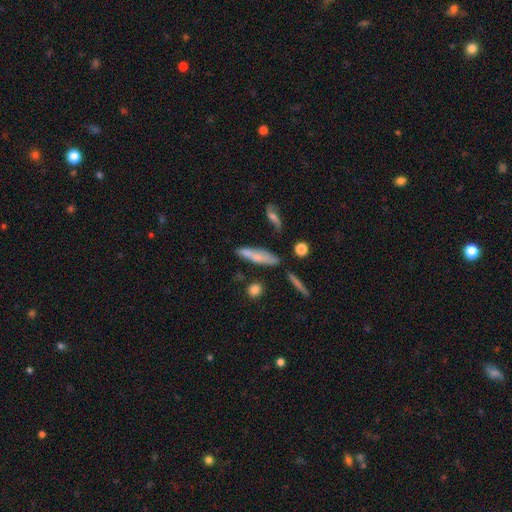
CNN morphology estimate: smooth_or_featured: smooth (p=0.57) [alt: featured or disk p=0.33]
how_rounded: cigar-shaped (p=0.75) [alt: in between p=0.22]
merging: none (p=0.66) [alt: minor disturbance p=0.20]